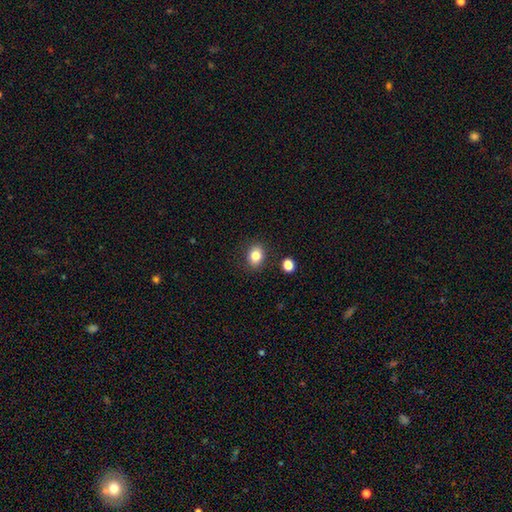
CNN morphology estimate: This appears to be a smooth galaxy with no disk features (84%) that is in between round and cigar-shaped (53%). Merging: none (85%).